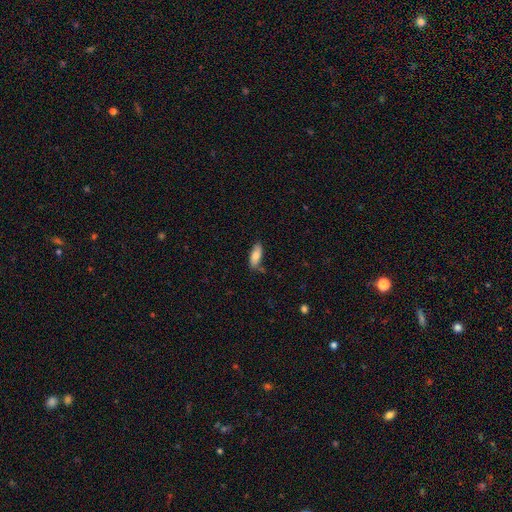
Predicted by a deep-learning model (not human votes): A smooth galaxy with no disk features (80%) that is in between round and cigar-shaped (77%). Merging: none (72%).